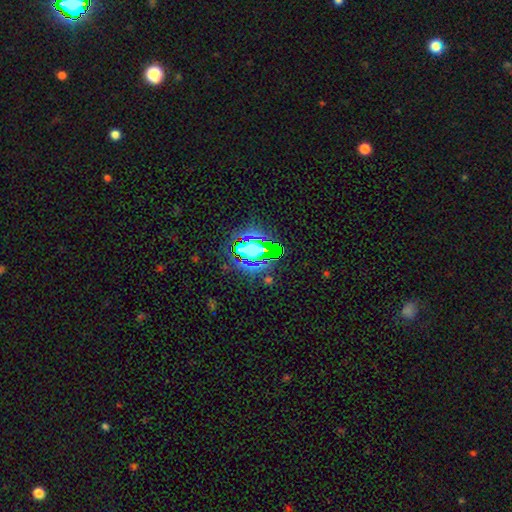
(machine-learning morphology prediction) smooth-or-featured: star or artifact: 74% | smooth: 16% | featured or disk: 10%